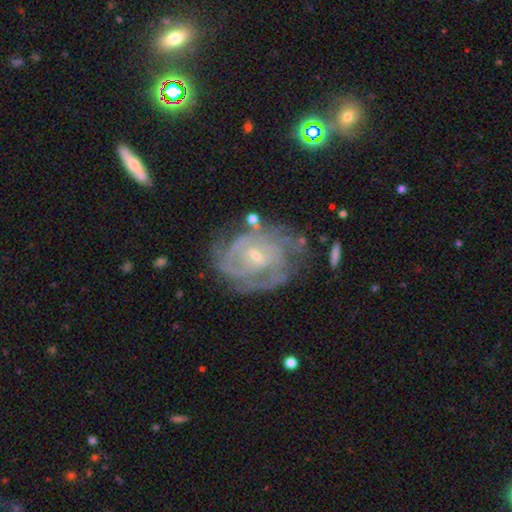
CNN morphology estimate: Smooth or featured?
  - featured or disk: 84% *
  - smooth: 9%
  - star or artifact: 7%
Edge-on disk?
  - no: 97% *
  - yes: 3%
Bar?
  - no: 48% *
  - weak: 43%
  - strong: 10%
Spiral arms?
  - yes: 91% *
  - no: 9%
Spiral winding?
  - tight: 66% *
  - medium: 27%
  - loose: 7%
Spiral arm count?
  - can't tell: 42% *
  - 2: 19%
  - 3: 17%
  - 4: 12%
  - more than 4: 5%
  - 1: 5%
Bulge size?
  - small: 75% *
  - moderate: 21%
  - none: 3%
  - large: 1%
  - dominant: 1%
Merging?
  - none: 63% *
  - minor disturbance: 22%
  - major disturbance: 11%
  - merger: 3%